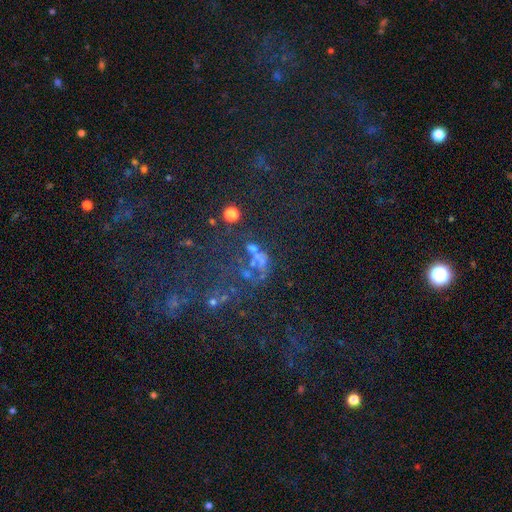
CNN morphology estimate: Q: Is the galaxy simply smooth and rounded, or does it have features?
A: star or artifact — 52%.